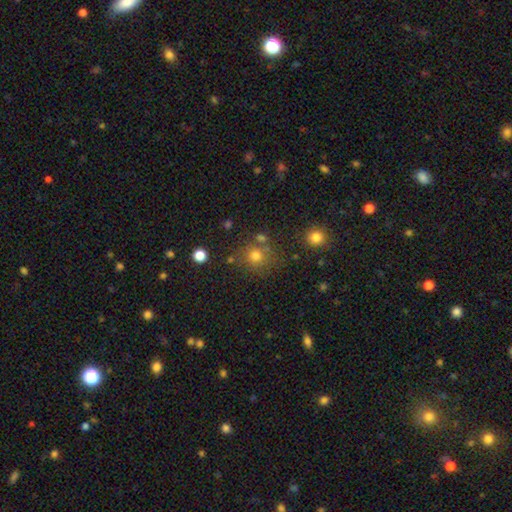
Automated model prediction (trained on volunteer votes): smooth-or-featured: smooth: 75% | star or artifact: 17% | featured or disk: 8%
  how-rounded: round: 89% | in between: 10% | cigar-shaped: 1%
  merging: none: 75% | merger: 11% | minor disturbance: 10% | major disturbance: 4%